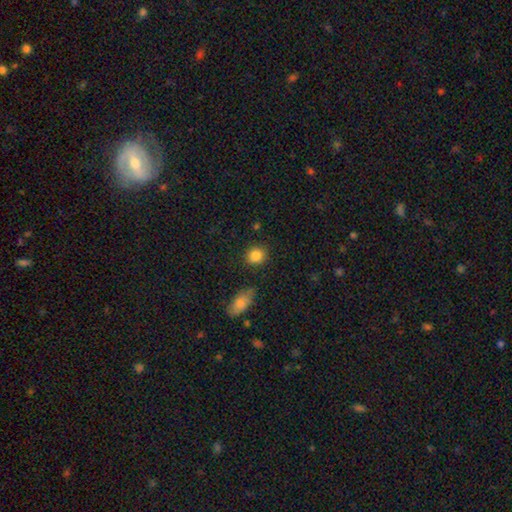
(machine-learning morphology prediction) This is clearly a smooth galaxy (86%). How rounded: clearly round (81%). Merging: clearly none (87%).